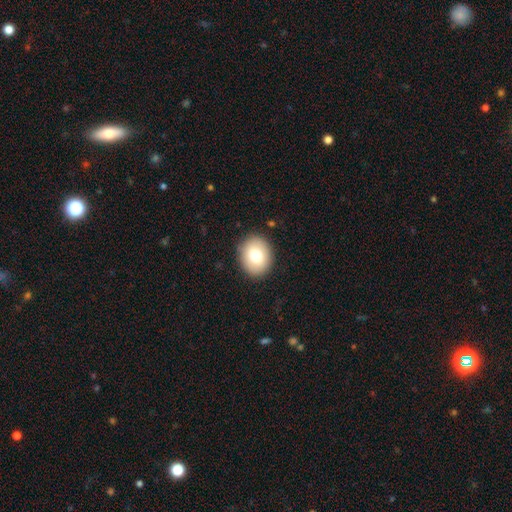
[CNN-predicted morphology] smooth_or_featured: smooth (p=0.76) [alt: featured or disk p=0.16]
how_rounded: round (p=0.57) [alt: in between p=0.42]
merging: none (p=0.88) [alt: minor disturbance p=0.08]